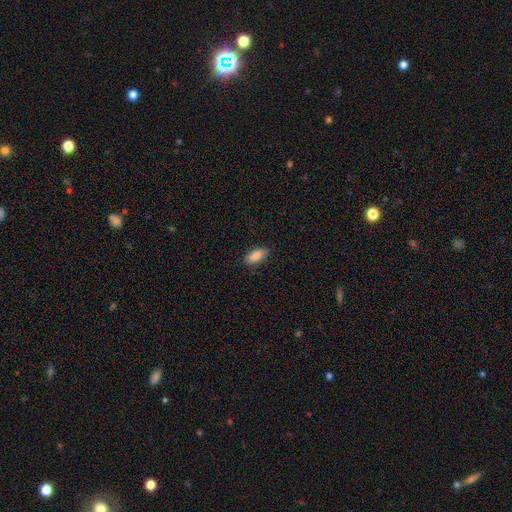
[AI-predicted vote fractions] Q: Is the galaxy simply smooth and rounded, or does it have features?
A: smooth — 87%.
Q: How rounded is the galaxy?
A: in between — 87%.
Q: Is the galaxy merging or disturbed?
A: none — 85%.